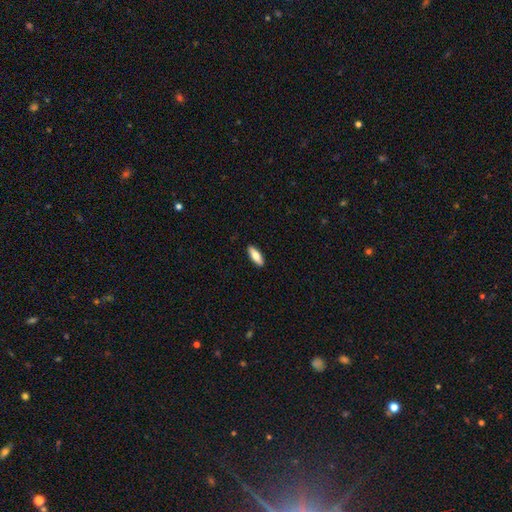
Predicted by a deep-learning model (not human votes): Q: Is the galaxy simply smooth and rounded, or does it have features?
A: smooth — 73%.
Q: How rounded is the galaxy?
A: in between — 63%.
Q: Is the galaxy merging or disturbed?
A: none — 91%.